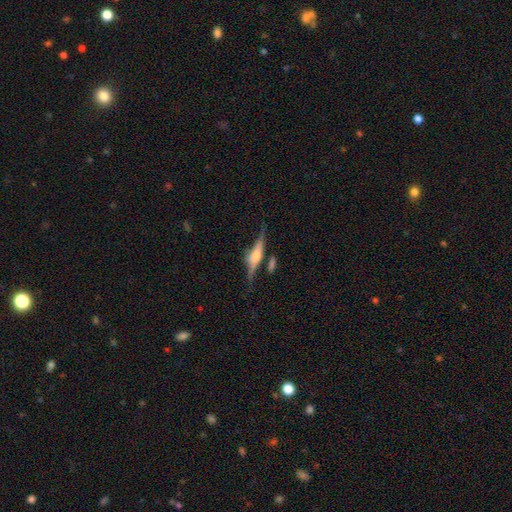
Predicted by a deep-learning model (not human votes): A featured or disk galaxy (73%) viewed edge-on (95%) with a rounded central bulge (84%). Merging: none (67%).